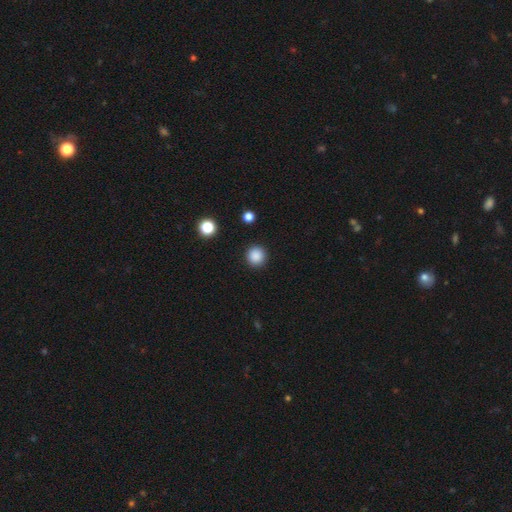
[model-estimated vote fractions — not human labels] Q: Smooth or featured?
A: smooth (87%); runner-up: star or artifact (10%)
Q: How rounded?
A: round (95%); runner-up: in between (5%)
Q: Merging?
A: none (92%); runner-up: minor disturbance (5%)